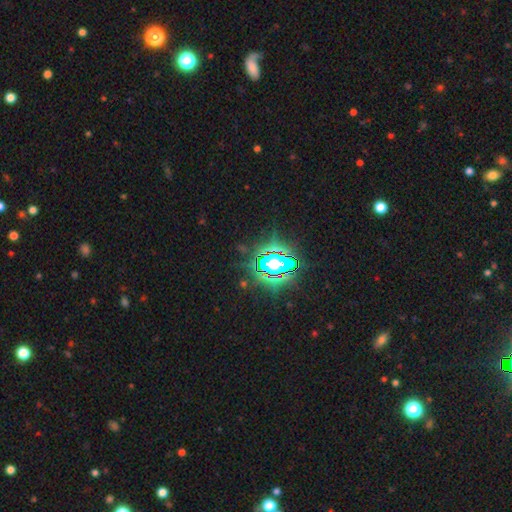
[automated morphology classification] Smooth or featured? Predicted: star or artifact (p=0.83).